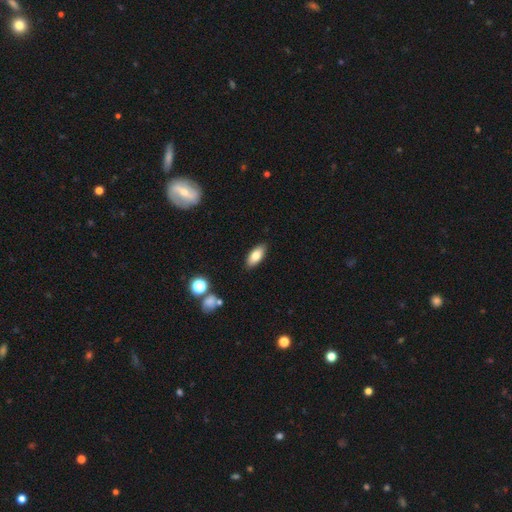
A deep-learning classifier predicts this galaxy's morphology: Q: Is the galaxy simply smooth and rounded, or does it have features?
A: smooth — 79%.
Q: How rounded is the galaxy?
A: in between — 85%.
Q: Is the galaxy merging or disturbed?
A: none — 88%.